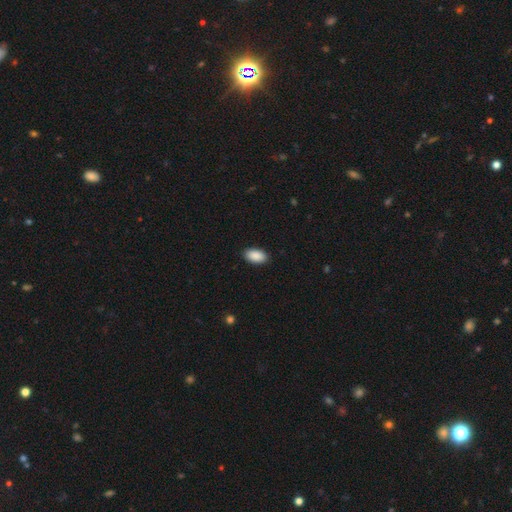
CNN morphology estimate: Smooth or featured? smooth (91%)
How rounded? in between (95%)
Merging? none (89%)